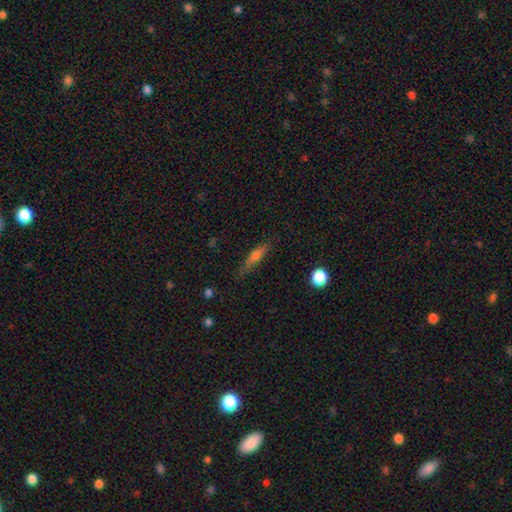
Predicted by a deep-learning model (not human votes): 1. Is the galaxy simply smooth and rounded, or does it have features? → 54% smooth, 37% featured or disk, 9% star or artifact.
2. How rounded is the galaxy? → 79% cigar-shaped, 18% in between, 3% round.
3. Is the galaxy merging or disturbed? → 79% none, 15% minor disturbance, 4% major disturbance, 2% merger.